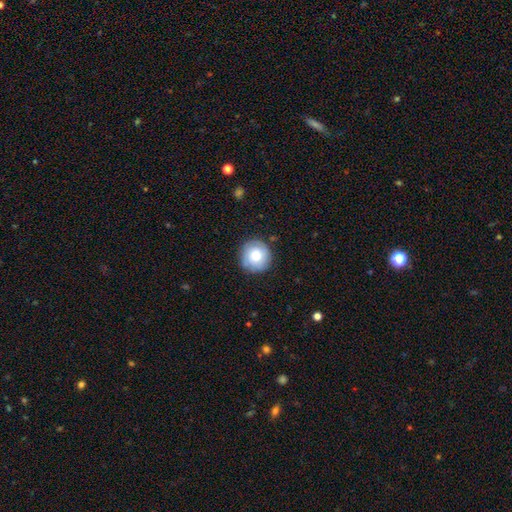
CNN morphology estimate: This is likely a smooth galaxy (66%). How rounded: clearly round (93%). Merging: clearly none (85%).